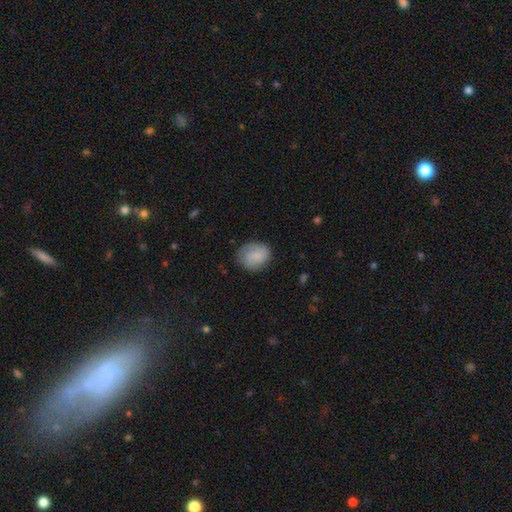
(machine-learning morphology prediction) The model was most divided on "how rounded": round: 63%, in between: 36%, cigar-shaped: 1%. More confident: merging — none (74%); smooth or featured — smooth (70%).